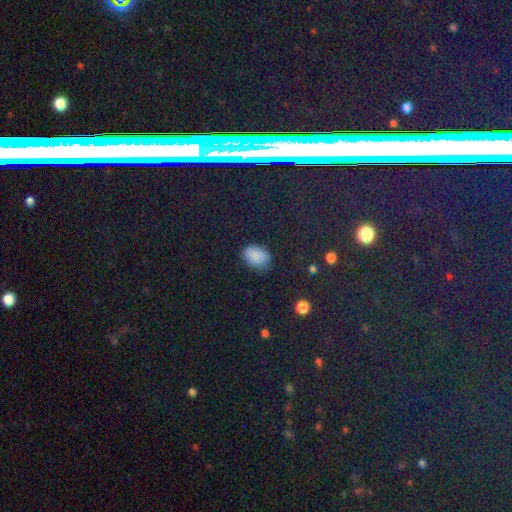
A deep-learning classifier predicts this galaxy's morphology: Overall: smooth (79%). How rounded: in between (81%). Merging: none (76%).